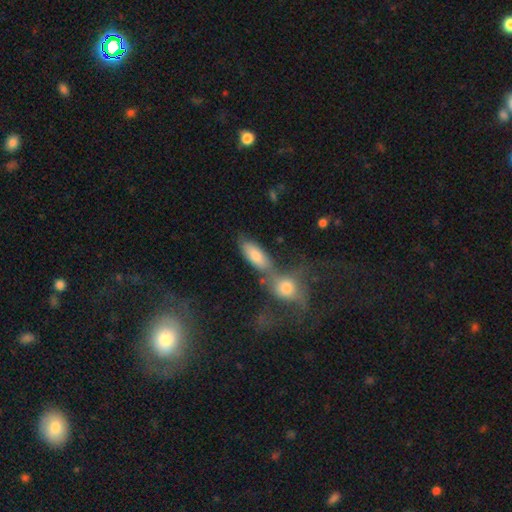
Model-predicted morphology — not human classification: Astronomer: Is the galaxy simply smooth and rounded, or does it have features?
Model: smooth — 76%.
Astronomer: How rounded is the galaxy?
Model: in between — 77%.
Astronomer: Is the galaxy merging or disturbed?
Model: merger — 44% (runner-up: none, 38%).